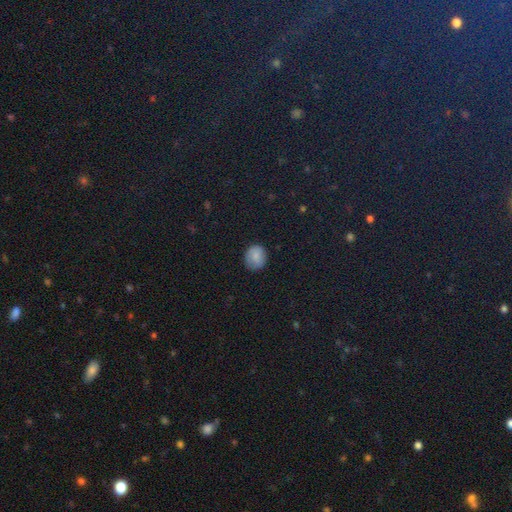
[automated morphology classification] Smooth or featured? Predicted: smooth (p=0.81). How rounded? Predicted: round (p=0.74). Merging? Predicted: none (p=0.80).